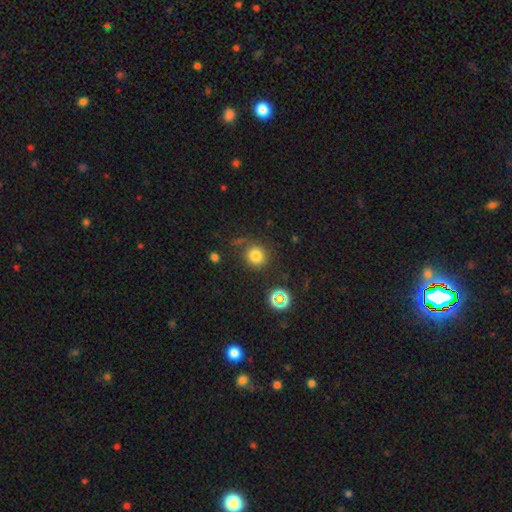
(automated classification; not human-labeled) Q: Smooth or featured?
A: smooth (77%); runner-up: star or artifact (16%)
Q: How rounded?
A: round (92%); runner-up: in between (7%)
Q: Merging?
A: none (77%); runner-up: minor disturbance (12%)